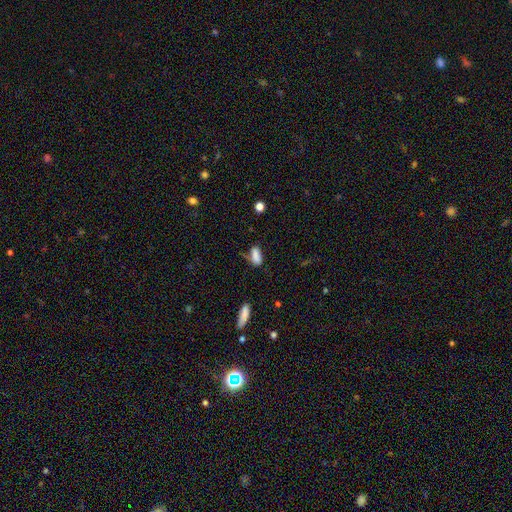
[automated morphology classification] Smooth or featured?
  - smooth: 83% *
  - star or artifact: 9%
  - featured or disk: 8%
How rounded?
  - in between: 81% *
  - cigar-shaped: 16%
  - round: 3%
Merging?
  - none: 51% *
  - minor disturbance: 30%
  - major disturbance: 12%
  - merger: 7%